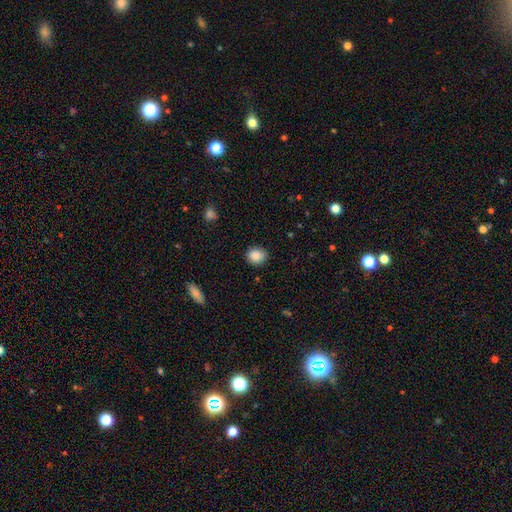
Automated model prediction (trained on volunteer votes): smooth_or_featured: smooth (p=0.88) [alt: star or artifact p=0.09]
how_rounded: round (p=0.81) [alt: in between p=0.18]
merging: none (p=0.88) [alt: minor disturbance p=0.08]